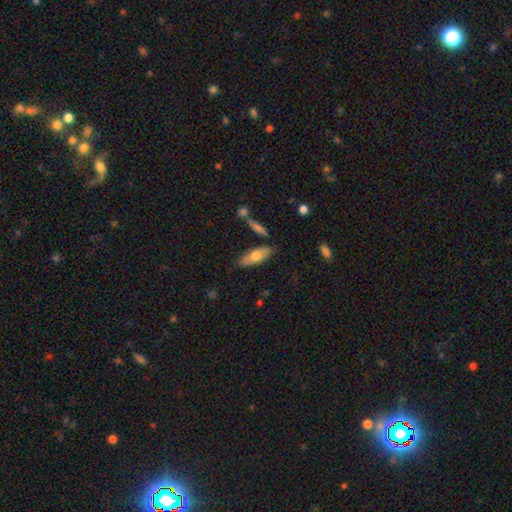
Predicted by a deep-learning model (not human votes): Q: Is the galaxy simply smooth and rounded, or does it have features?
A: smooth — 62%.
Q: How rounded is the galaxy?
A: in between — 65%.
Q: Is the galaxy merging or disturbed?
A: none — 77%.